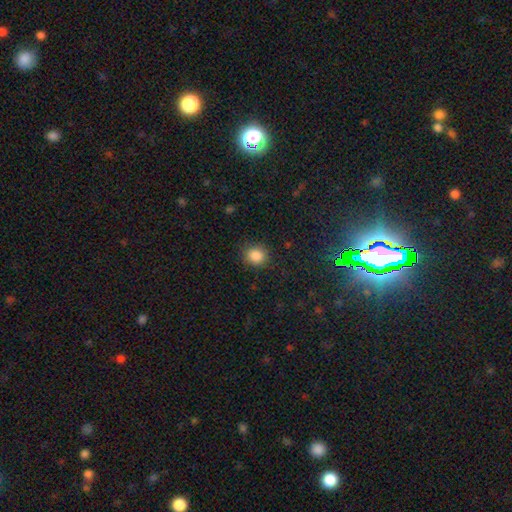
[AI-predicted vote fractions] smooth-or-featured: smooth: 86% | star or artifact: 11% | featured or disk: 4%
  how-rounded: round: 82% | in between: 17% | cigar-shaped: 1%
  merging: none: 85% | minor disturbance: 11% | major disturbance: 3% | merger: 1%